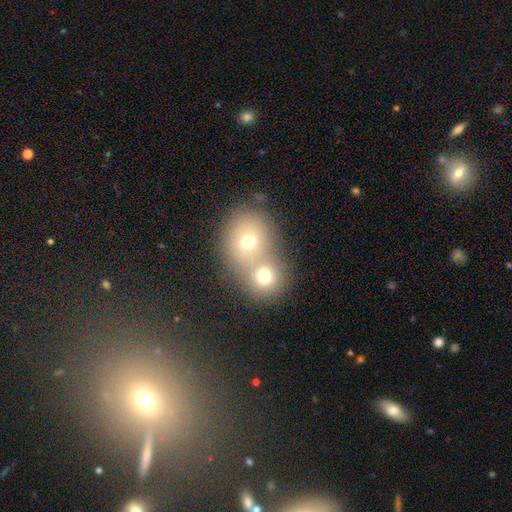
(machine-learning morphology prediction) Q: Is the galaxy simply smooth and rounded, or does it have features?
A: smooth — 54%.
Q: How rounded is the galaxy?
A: round — 63%.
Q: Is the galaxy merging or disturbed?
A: merger — 50%.